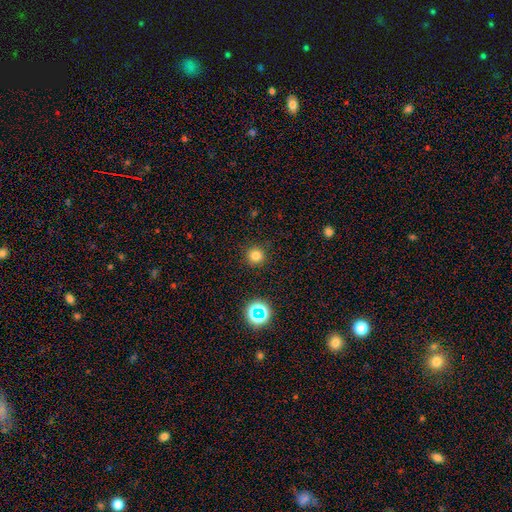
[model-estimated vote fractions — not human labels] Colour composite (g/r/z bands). It shows a smooth galaxy with no disk features (78%) that is round (95%). Merging: none (90%).